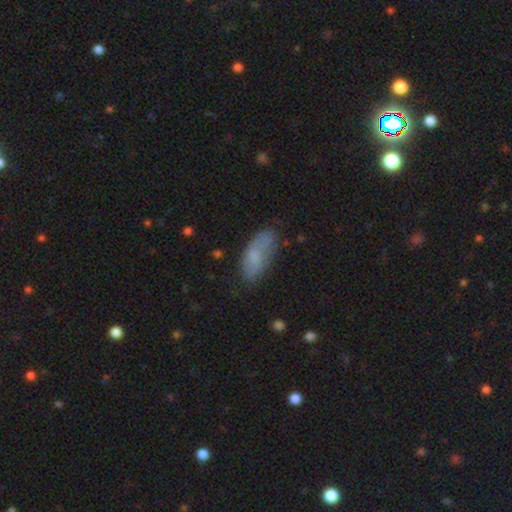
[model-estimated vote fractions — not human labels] Smooth or featured: smooth — 71% (featured or disk — 20%)
How rounded: in between — 83% (cigar-shaped — 15%)
Merging: none — 60% (minor disturbance — 28%)